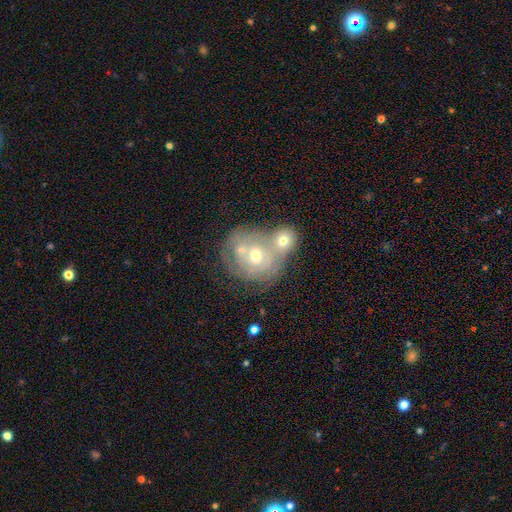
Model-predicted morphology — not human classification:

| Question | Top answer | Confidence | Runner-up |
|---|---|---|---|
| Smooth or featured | featured or disk | 63% | smooth (27%) |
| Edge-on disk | no | 97% | yes (3%) |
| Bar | no | 77% | weak (18%) |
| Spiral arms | yes | 62% | no (38%) |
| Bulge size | moderate | 61% | small (32%) |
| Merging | merger | 61% | none (26%) |